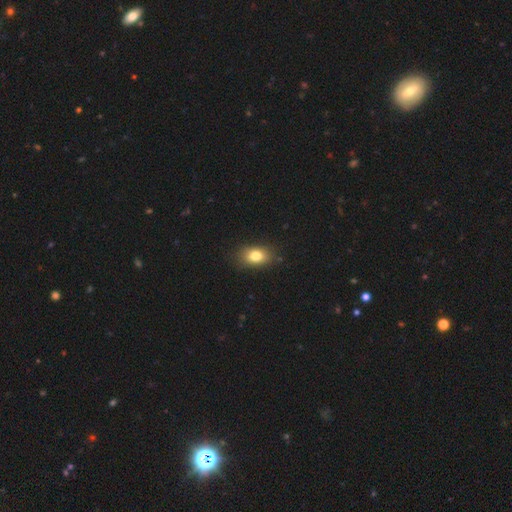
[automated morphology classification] A smooth galaxy with no disk features (80%) that is in between round and cigar-shaped (80%).

Vote fractions:
- Smooth or featured? smooth: 80% / star or artifact: 10% / featured or disk: 10%
- How rounded? in between: 80% / round: 18% / cigar-shaped: 2%
- Merging? none: 84% / minor disturbance: 12% / major disturbance: 3% / merger: 1%